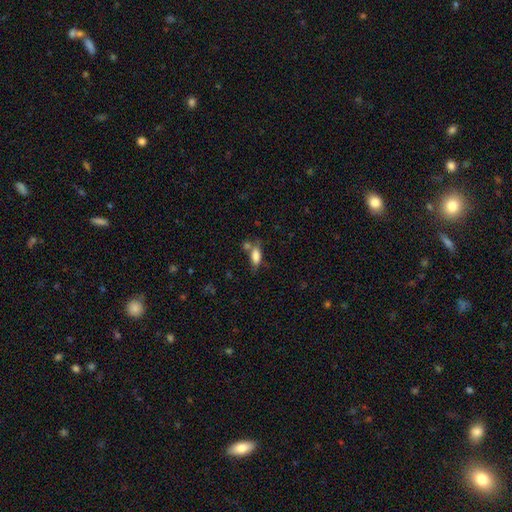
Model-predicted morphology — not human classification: Smooth or featured? smooth (79%)
How rounded? in between (76%)
Merging? none (52%)